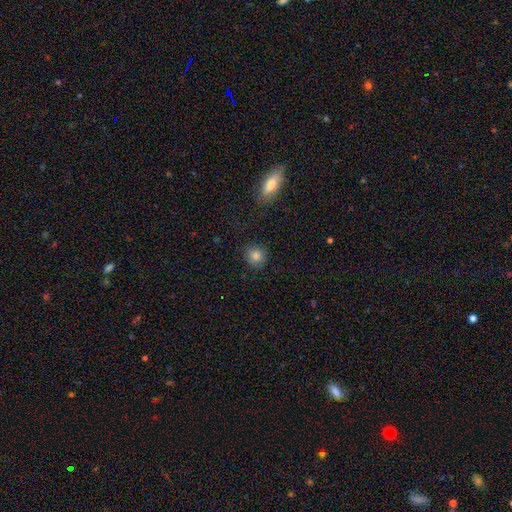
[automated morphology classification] Overall: smooth (83%). How rounded: round (87%). Merging: none (88%).